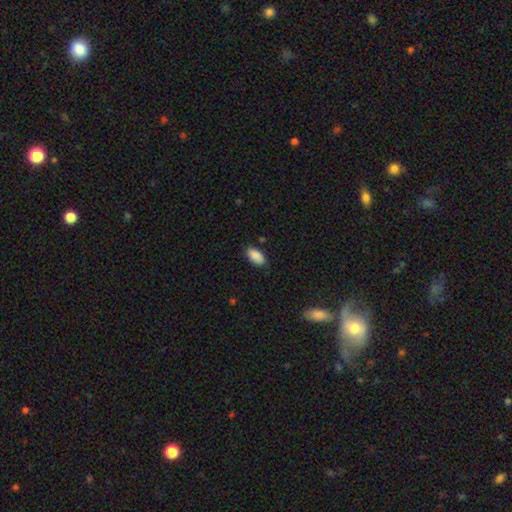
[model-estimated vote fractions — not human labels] smooth 89%, star or artifact 7%, featured or disk 4%. Down the decision tree: how rounded — in between (93%); merging — none (84%).